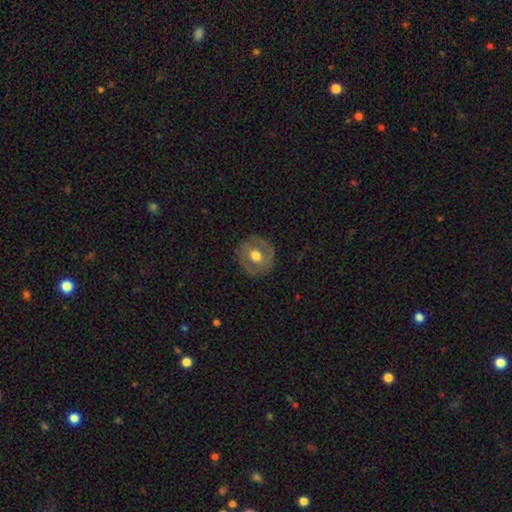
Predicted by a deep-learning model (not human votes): A featured or disk galaxy (48%).

Vote fractions:
- Smooth or featured? featured or disk: 48% / smooth: 45% / star or artifact: 7%
- Merging? none: 83% / minor disturbance: 11% / major disturbance: 4% / merger: 1%